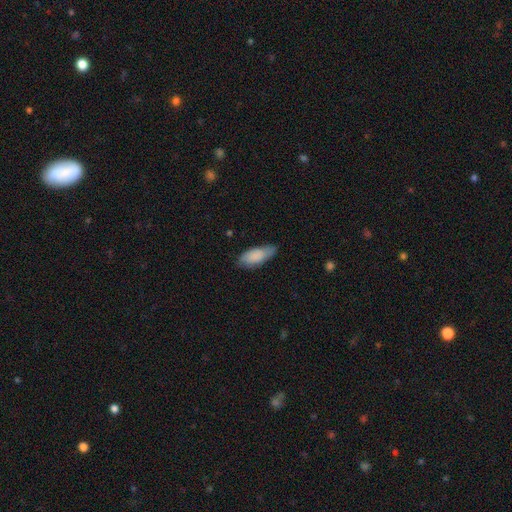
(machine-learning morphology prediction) Overall: smooth (84%). How rounded: in between (82%). Merging: none (68%).